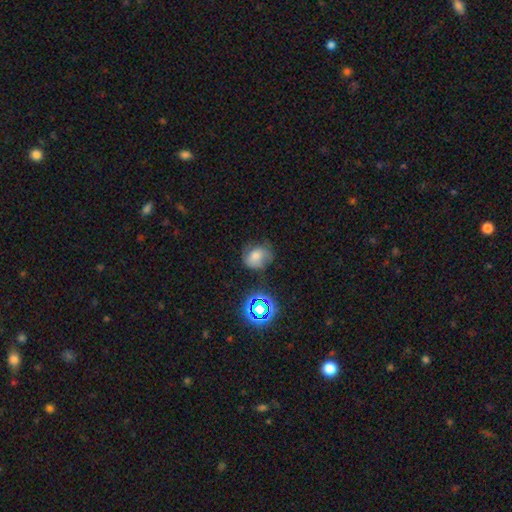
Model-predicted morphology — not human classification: Smooth or featured: smooth — 59% (featured or disk — 22%)
How rounded: round — 60% (in between — 39%)
Merging: none — 54% (minor disturbance — 29%)